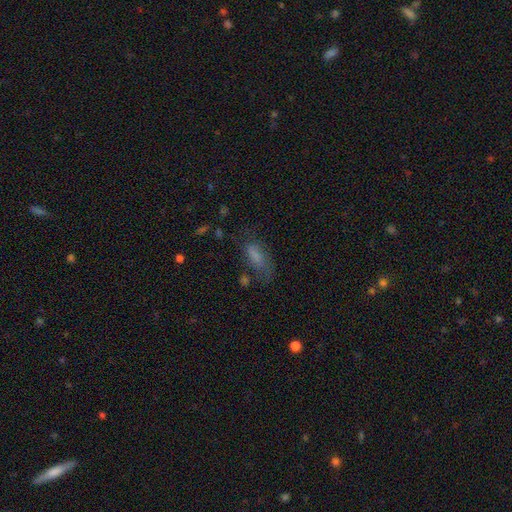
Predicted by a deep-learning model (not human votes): smooth-or-featured: smooth: 67% | featured or disk: 20% | star or artifact: 14%
  how-rounded: in between: 77% | cigar-shaped: 20% | round: 4%
  merging: none: 49% | minor disturbance: 26% | major disturbance: 21% | merger: 4%